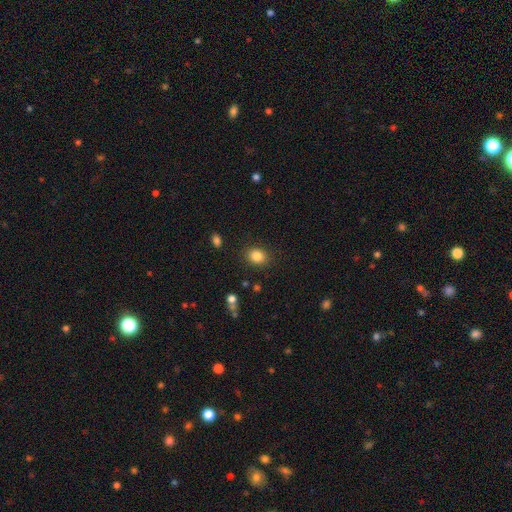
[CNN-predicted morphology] Smooth or featured?
  - smooth: 85% *
  - star or artifact: 10%
  - featured or disk: 5%
How rounded?
  - round: 53% *
  - in between: 46%
  - cigar-shaped: 1%
Merging?
  - none: 86% *
  - minor disturbance: 9%
  - major disturbance: 3%
  - merger: 2%